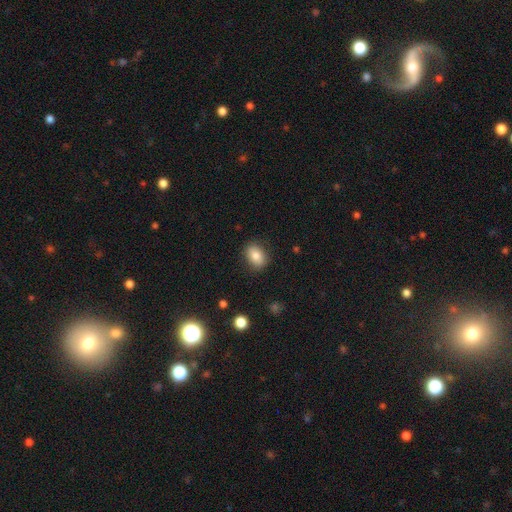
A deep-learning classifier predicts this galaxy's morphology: smooth-or-featured: smooth: 83% | star or artifact: 9% | featured or disk: 8%
  how-rounded: in between: 73% | round: 26% | cigar-shaped: 1%
  merging: none: 85% | minor disturbance: 11% | major disturbance: 3% | merger: 1%